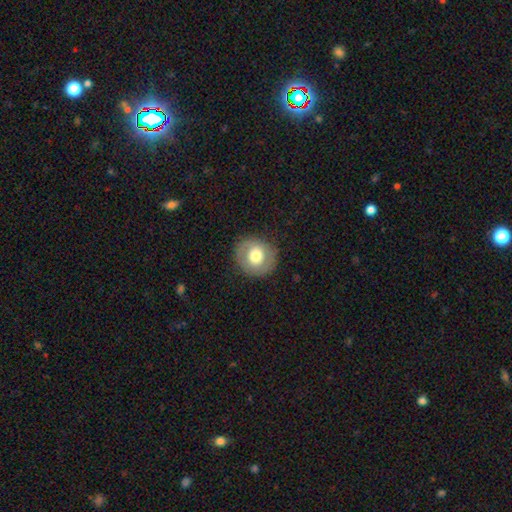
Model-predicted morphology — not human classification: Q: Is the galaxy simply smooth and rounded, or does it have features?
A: smooth — 61%.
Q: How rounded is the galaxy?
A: round — 87%.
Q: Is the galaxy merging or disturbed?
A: none — 85%.